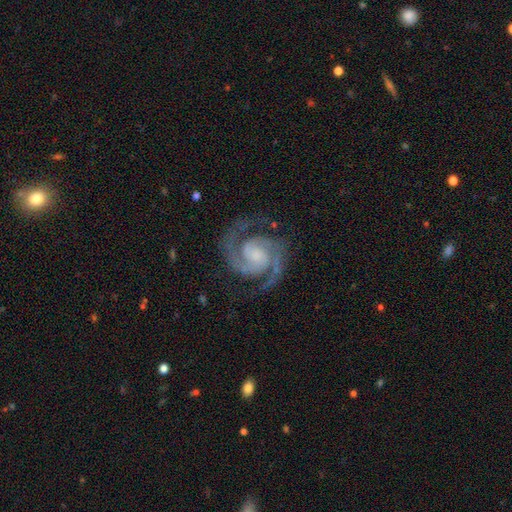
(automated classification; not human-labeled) Smooth or featured? featured or disk (94%)
Edge-on disk? no (98%)
Bar? no (56%)
Spiral arms? yes (99%)
Spiral winding? medium (51%)
Spiral arm count? 2 (93%)
Bulge size? small (39%)
Merging? none (81%)